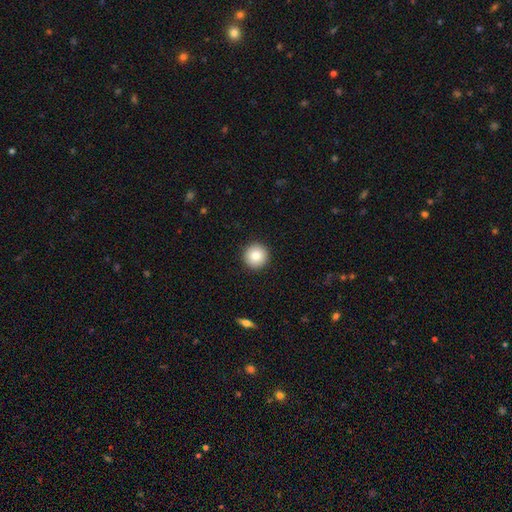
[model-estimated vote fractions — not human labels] A smooth galaxy with no disk features (84%) that is round (96%).

Vote fractions:
- Smooth or featured? smooth: 84% / star or artifact: 9% / featured or disk: 7%
- How rounded? round: 96% / in between: 3% / cigar-shaped: 1%
- Merging? none: 93% / minor disturbance: 5% / major disturbance: 2% / merger: 1%